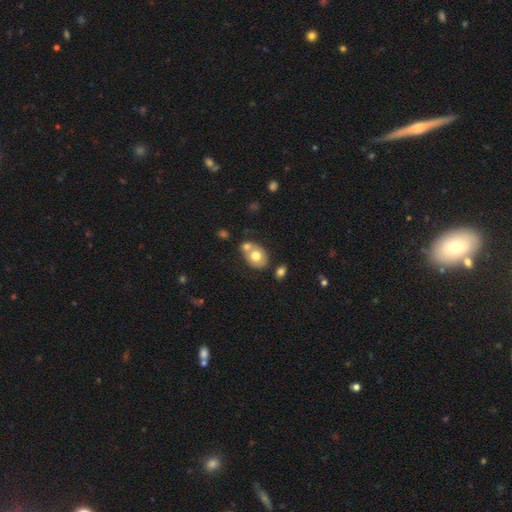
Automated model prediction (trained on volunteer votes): This appears to be a smooth galaxy with no disk features (70%) that is in between round and cigar-shaped (57%). Merging: none (42%).